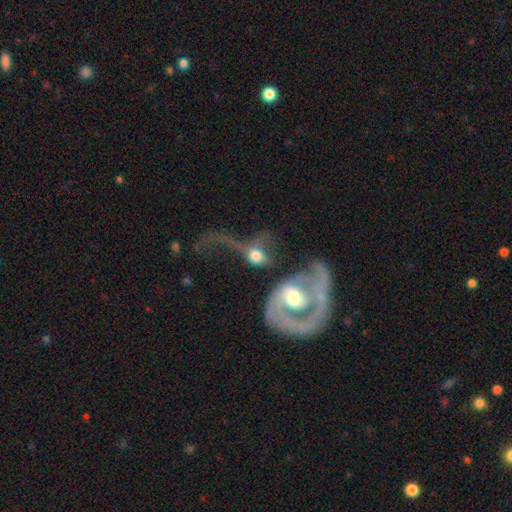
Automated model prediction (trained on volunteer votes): Smooth or featured: featured or disk — 54% (smooth — 37%)
Edge-on disk: no — 92% (yes — 8%)
Merging: merger — 49% (major disturbance — 30%)